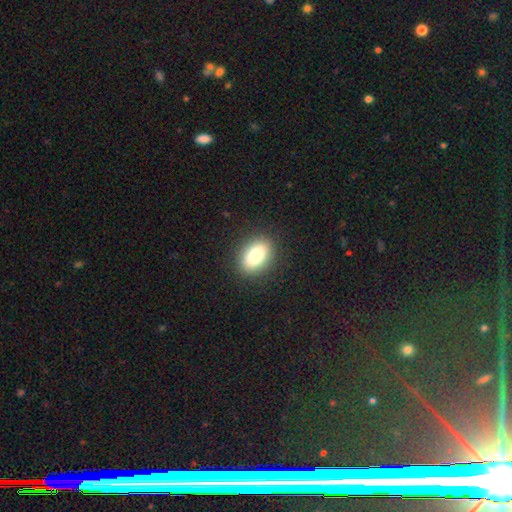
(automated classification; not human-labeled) Q: Smooth or featured?
A: smooth (81%); runner-up: featured or disk (11%)
Q: How rounded?
A: in between (82%); runner-up: round (15%)
Q: Merging?
A: none (89%); runner-up: minor disturbance (8%)